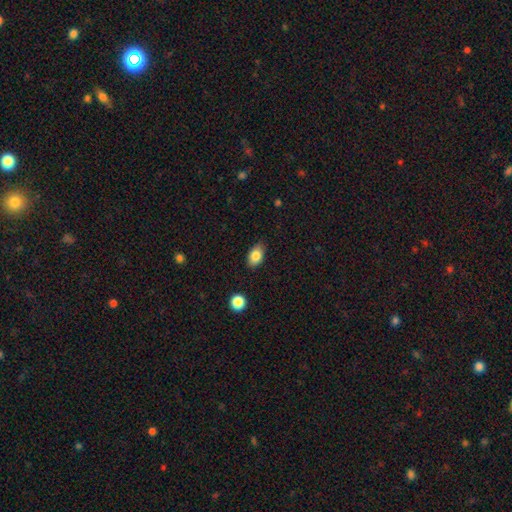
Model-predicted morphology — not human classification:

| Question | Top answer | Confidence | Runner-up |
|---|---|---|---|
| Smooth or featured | smooth | 83% | featured or disk (8%) |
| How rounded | in between | 88% | round (11%) |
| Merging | none | 84% | minor disturbance (12%) |